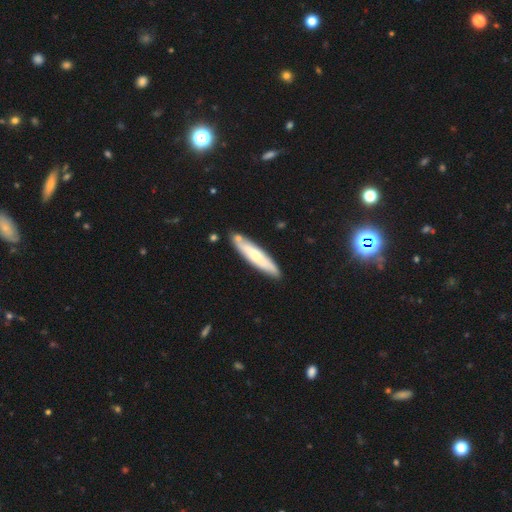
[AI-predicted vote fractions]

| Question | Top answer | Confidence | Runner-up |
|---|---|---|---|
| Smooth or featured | smooth | 53% | featured or disk (42%) |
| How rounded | cigar-shaped | 84% | in between (14%) |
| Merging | none | 81% | minor disturbance (12%) |